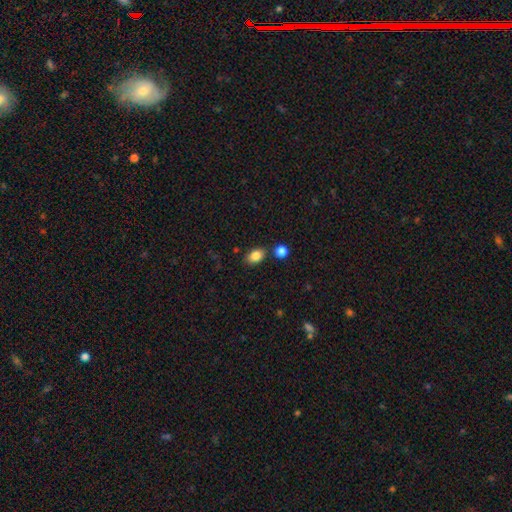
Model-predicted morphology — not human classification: Overall: smooth (85%). How rounded: in between (82%). Merging: none (78%).